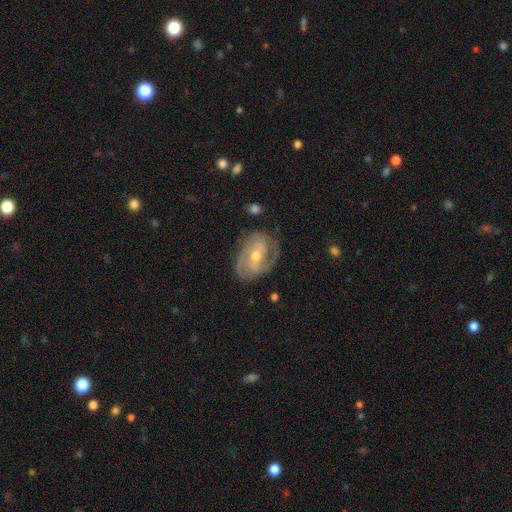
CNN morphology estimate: Smooth or featured: featured or disk — 85% (smooth — 9%)
Edge-on disk: no — 97% (yes — 3%)
Bar: weak — 41% (no — 36%)
Spiral arms: yes — 94% (no — 6%)
Spiral winding: tight — 46% (medium — 43%)
Spiral arm count: 2 — 66% (3 — 15%)
Bulge size: moderate — 56% (small — 40%)
Merging: none — 74% (minor disturbance — 18%)